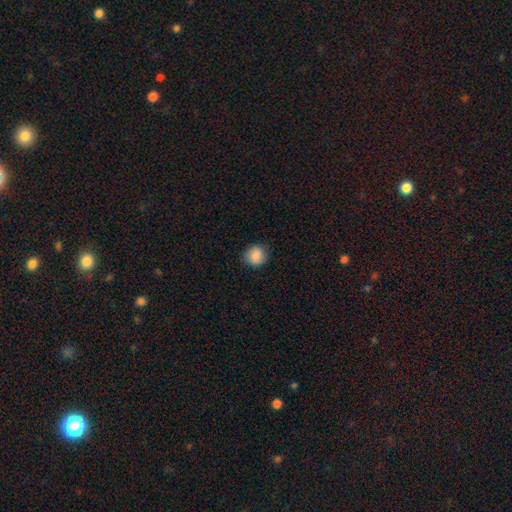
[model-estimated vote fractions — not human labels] smooth 87%, star or artifact 8%, featured or disk 5%. Down the decision tree: how rounded — round (87%); merging — none (85%).